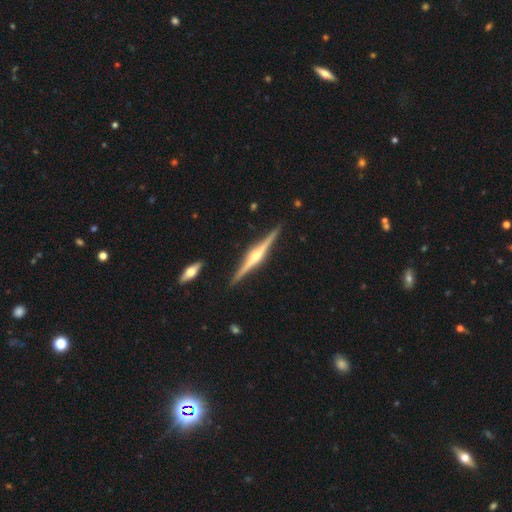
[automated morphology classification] Smooth or featured: featured or disk — 87% (smooth — 8%)
Edge-on disk: yes — 99% (no — 1%)
Edge-on bulge: rounded — 91% (boxy — 6%)
Merging: none — 91% (minor disturbance — 7%)